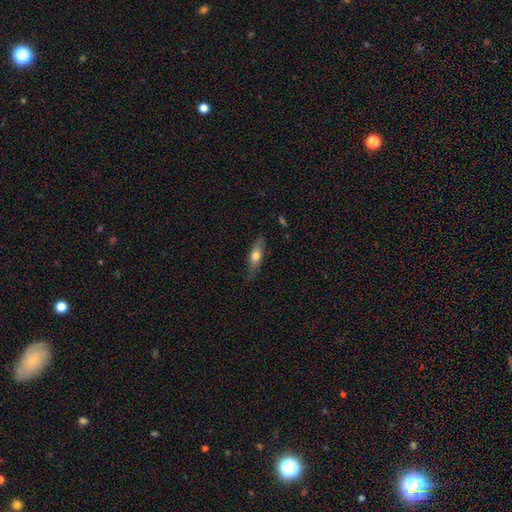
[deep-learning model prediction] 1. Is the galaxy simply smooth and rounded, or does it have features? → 57% smooth, 37% featured or disk, 6% star or artifact.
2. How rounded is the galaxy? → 56% cigar-shaped, 41% in between, 3% round.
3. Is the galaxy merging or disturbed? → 78% none, 17% minor disturbance, 3% major disturbance, 1% merger.